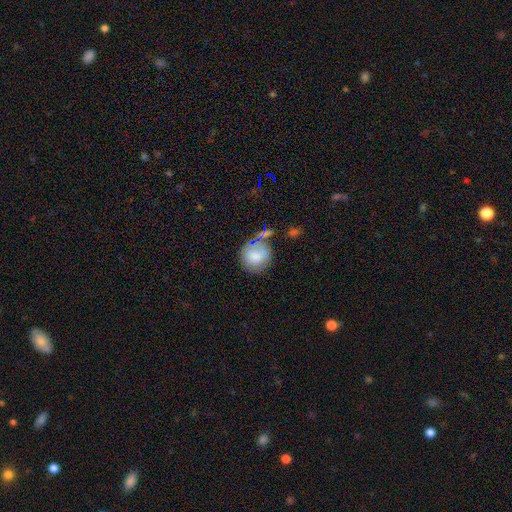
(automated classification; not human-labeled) A smooth galaxy with no disk features (74%) that is round (86%). Merging: none (54%).